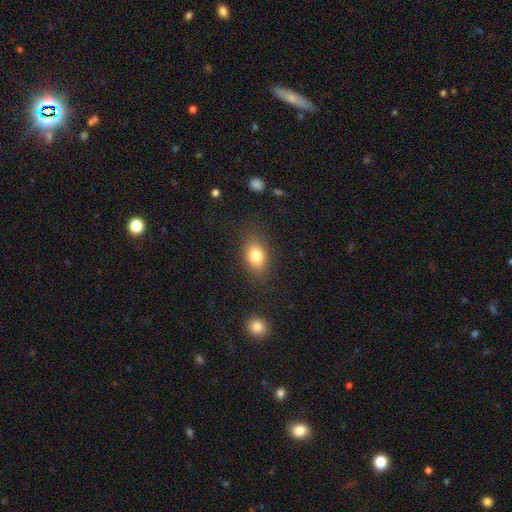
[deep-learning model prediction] smooth-or-featured: smooth: 79% | featured or disk: 11% | star or artifact: 10%
  how-rounded: in between: 78% | round: 20% | cigar-shaped: 2%
  merging: none: 82% | minor disturbance: 12% | major disturbance: 4% | merger: 2%